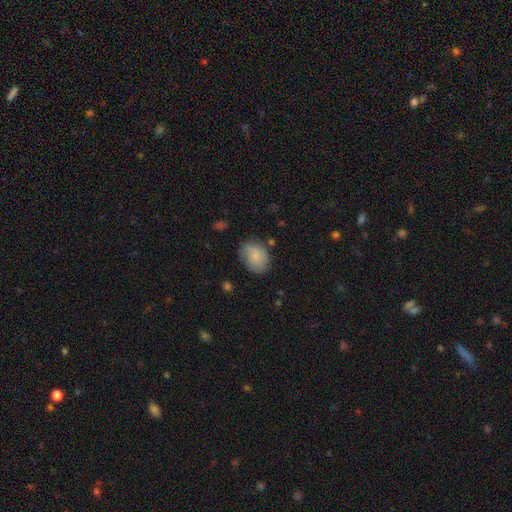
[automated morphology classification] This appears to be a smooth galaxy with no disk features (80%) that is in between round and cigar-shaped (61%). Merging: none (68%).